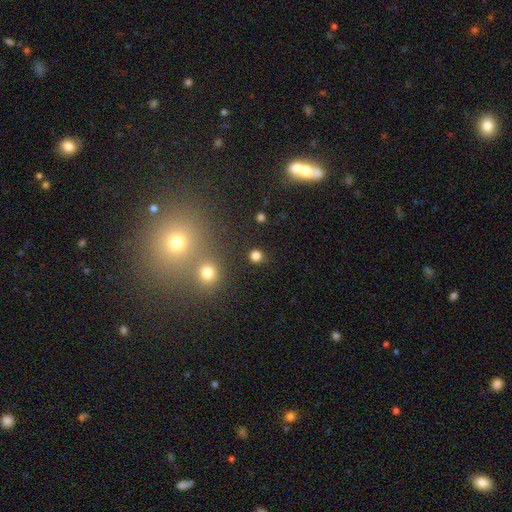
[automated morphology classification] smooth-or-featured: smooth: 79% | star or artifact: 16% | featured or disk: 4%
  how-rounded: round: 89% | in between: 9% | cigar-shaped: 1%
  merging: none: 88% | minor disturbance: 6% | merger: 3% | major disturbance: 3%